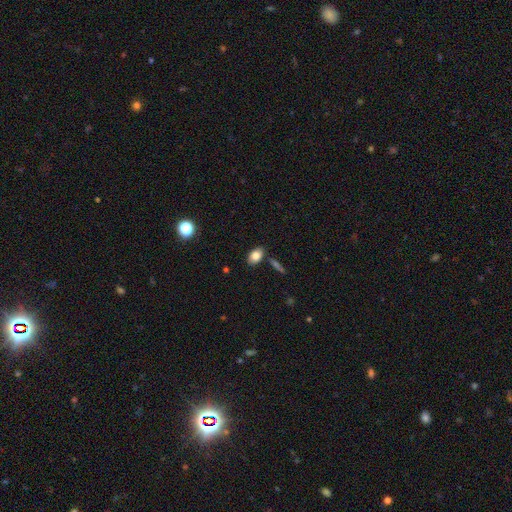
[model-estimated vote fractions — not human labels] smooth_or_featured: smooth (p=0.82) [alt: featured or disk p=0.10]
how_rounded: in between (p=0.87) [alt: round p=0.11]
merging: none (p=0.81) [alt: minor disturbance p=0.11]